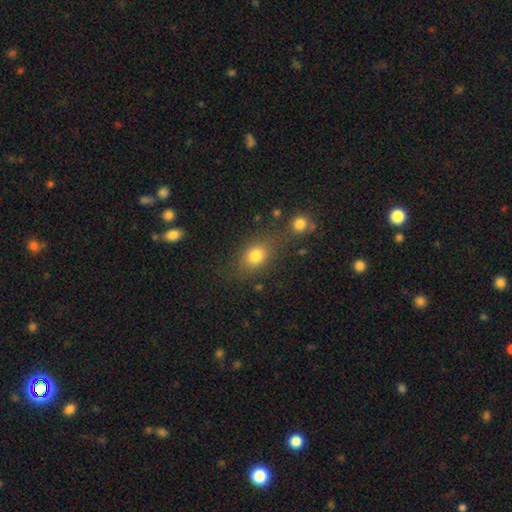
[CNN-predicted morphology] This appears to be a smooth galaxy with no disk features (79%) that is in between round and cigar-shaped (61%). Merging: none (63%).